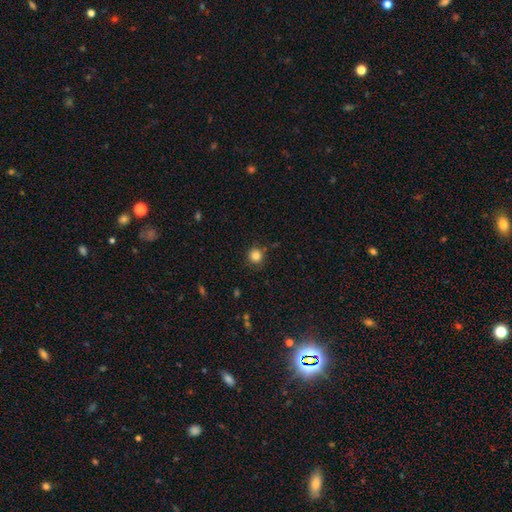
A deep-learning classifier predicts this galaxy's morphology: Q: Smooth or featured?
A: smooth (84%); runner-up: star or artifact (12%)
Q: How rounded?
A: round (93%); runner-up: in between (6%)
Q: Merging?
A: none (84%); runner-up: minor disturbance (11%)